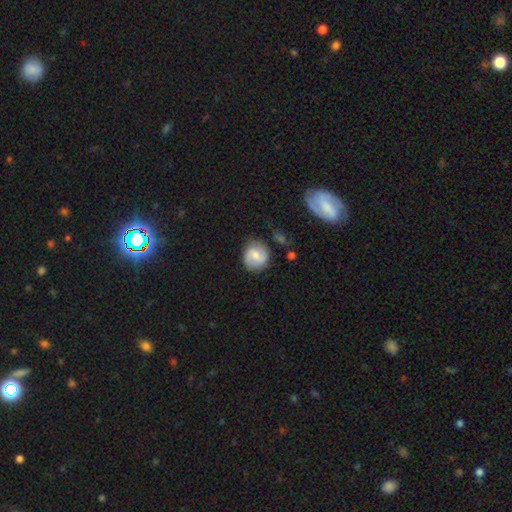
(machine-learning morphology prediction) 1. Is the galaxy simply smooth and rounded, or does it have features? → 56% smooth, 37% featured or disk, 7% star or artifact.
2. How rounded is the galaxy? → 85% round, 14% in between, 1% cigar-shaped.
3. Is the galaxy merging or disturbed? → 74% none, 18% minor disturbance, 5% major disturbance, 4% merger.